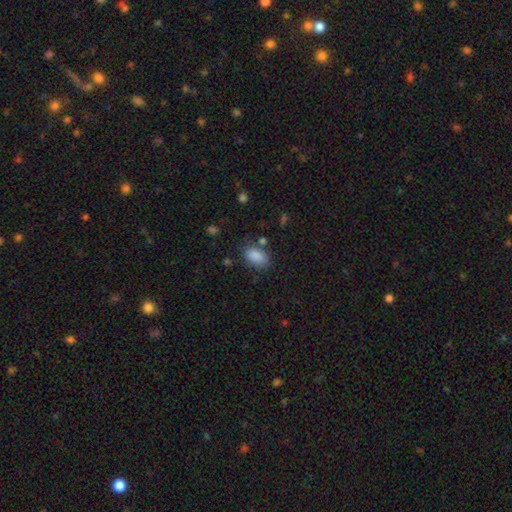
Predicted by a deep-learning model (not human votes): Smooth or featured: smooth — 87% (star or artifact — 8%)
How rounded: in between — 88% (round — 10%)
Merging: none — 72% (minor disturbance — 18%)